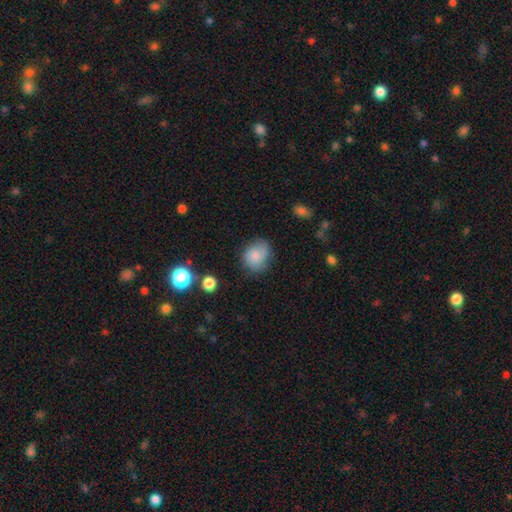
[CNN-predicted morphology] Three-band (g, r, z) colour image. It shows a smooth galaxy with no disk features (72%) that is round (59%). Merging: none (61%).